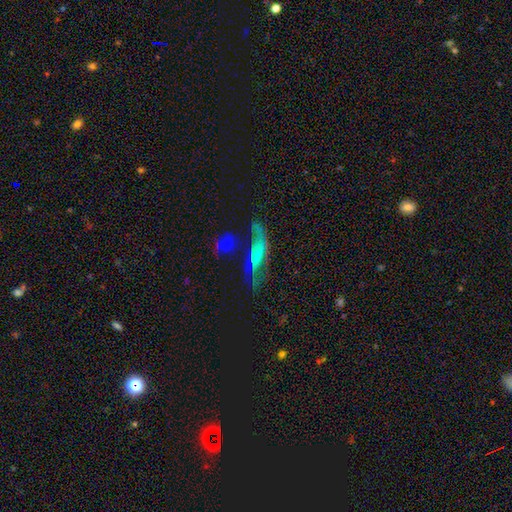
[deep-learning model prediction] Morphology: type=featured or disk (53%); edge-on=no (72%); merging=none (57%).